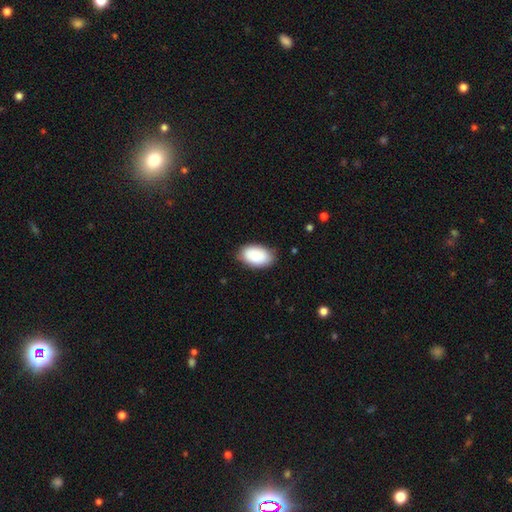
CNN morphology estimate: A smooth galaxy with no disk features (89%) that is in between round and cigar-shaped (94%). Merging: none (82%).